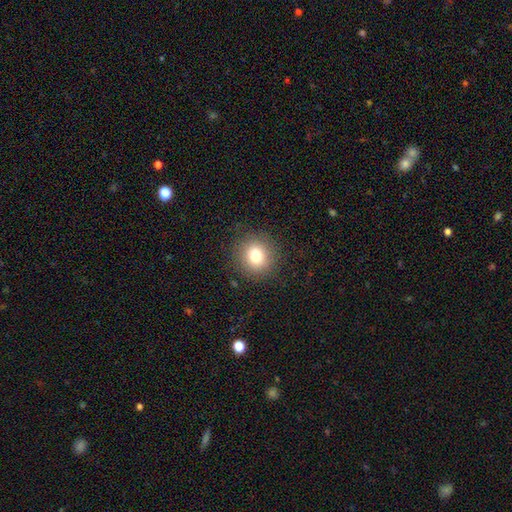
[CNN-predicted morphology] Smooth or featured? Predicted: smooth (p=0.78). How rounded? Predicted: round (p=0.88). Merging? Predicted: none (p=0.88).